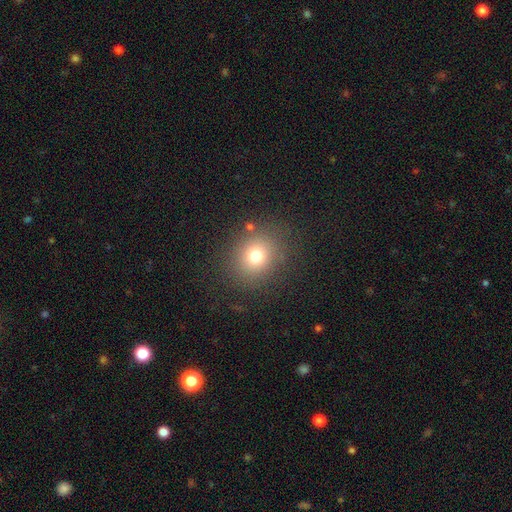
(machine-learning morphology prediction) type=smooth (73%); roundness=round (79%); merging=none (84%).